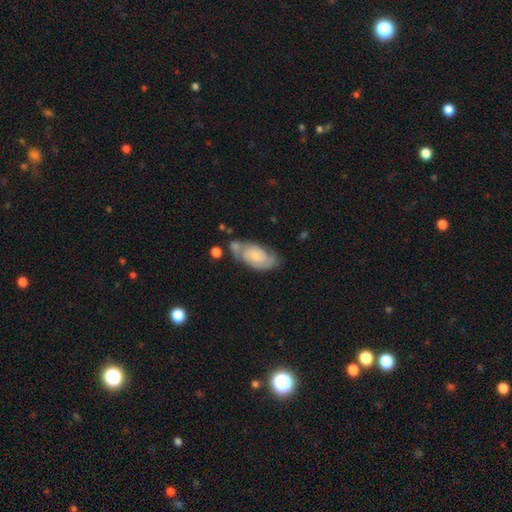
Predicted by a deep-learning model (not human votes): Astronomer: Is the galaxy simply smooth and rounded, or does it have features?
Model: featured or disk — 67%.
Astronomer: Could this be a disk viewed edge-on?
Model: no — 95%.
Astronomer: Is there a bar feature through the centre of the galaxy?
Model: no — 69%.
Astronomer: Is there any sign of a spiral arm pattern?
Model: yes — 91%.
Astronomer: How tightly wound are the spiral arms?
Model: tight — 44% (runner-up: medium, 41%).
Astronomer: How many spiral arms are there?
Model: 2 — 76%.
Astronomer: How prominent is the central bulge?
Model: small — 58%.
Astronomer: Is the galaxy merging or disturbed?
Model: none — 52%.